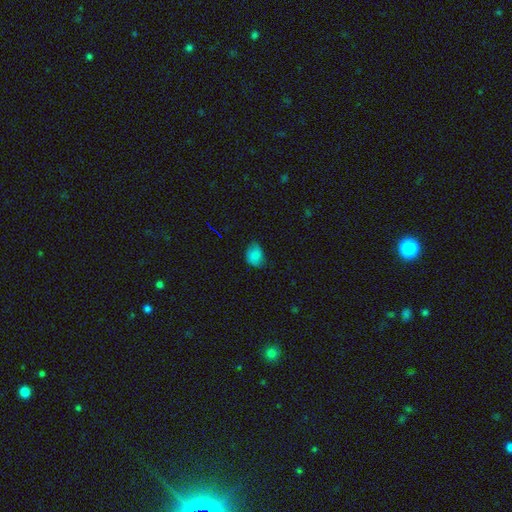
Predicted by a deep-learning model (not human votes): A smooth galaxy with no disk features (81%) that is in between round and cigar-shaped (65%). Merging: none (63%).